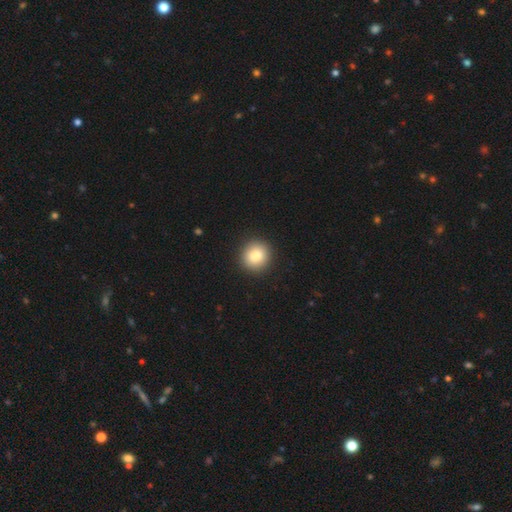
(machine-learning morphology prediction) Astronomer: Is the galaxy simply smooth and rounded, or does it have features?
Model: smooth — 85%.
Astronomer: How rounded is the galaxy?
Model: round — 90%.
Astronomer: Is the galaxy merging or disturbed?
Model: none — 92%.